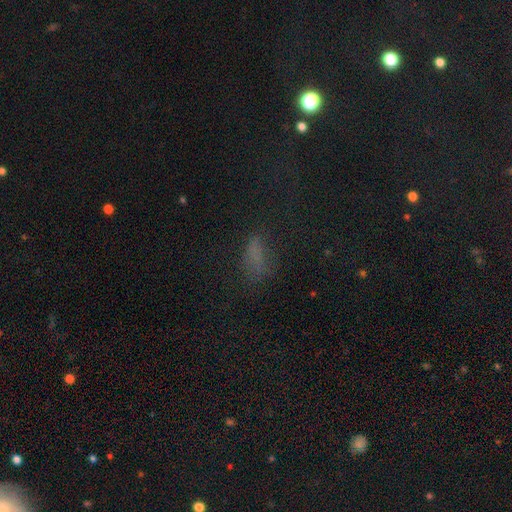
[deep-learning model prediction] Smooth or featured? Predicted: smooth (p=0.61). How rounded? Predicted: in between (p=0.67). Merging? Predicted: none (p=0.56).